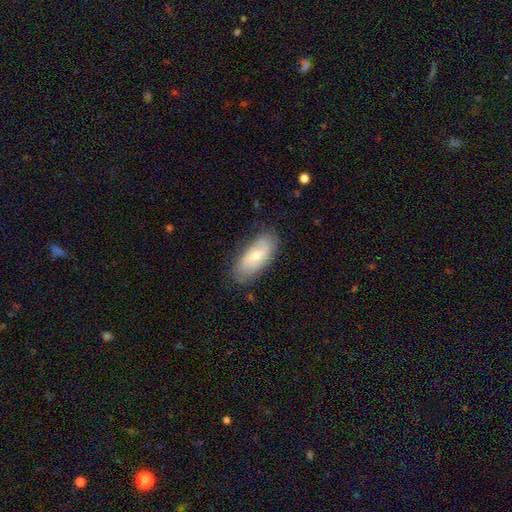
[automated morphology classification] A smooth galaxy with no disk features (47%, tied with featured or disk). Merging: none (80%).